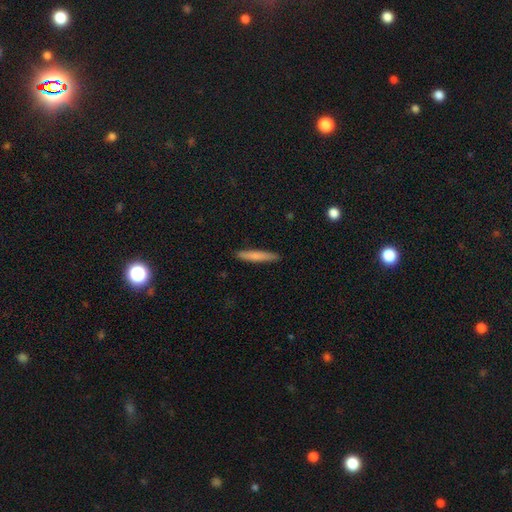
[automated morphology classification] smooth 76%, featured or disk 19%, star or artifact 5%. Down the decision tree: how rounded — cigar-shaped (94%); merging — none (90%).